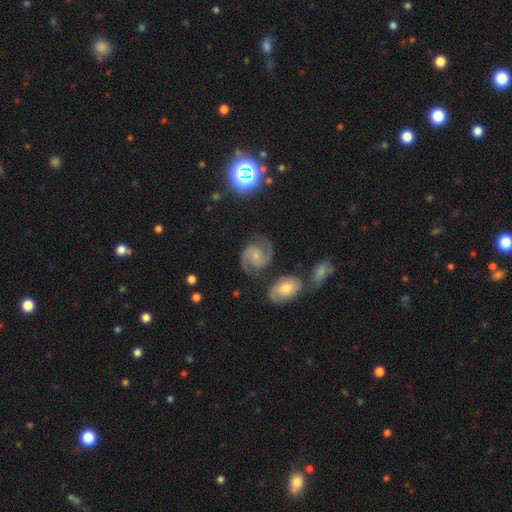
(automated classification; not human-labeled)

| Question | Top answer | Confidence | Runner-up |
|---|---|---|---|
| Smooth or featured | featured or disk | 85% | smooth (9%) |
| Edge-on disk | no | 98% | yes (2%) |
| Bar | no | 59% | weak (33%) |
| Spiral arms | yes | 97% | no (3%) |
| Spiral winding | medium | 59% | tight (25%) |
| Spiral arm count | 2 | 93% | can't tell (3%) |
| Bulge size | small | 66% | moderate (22%) |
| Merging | none | 75% | minor disturbance (14%) |